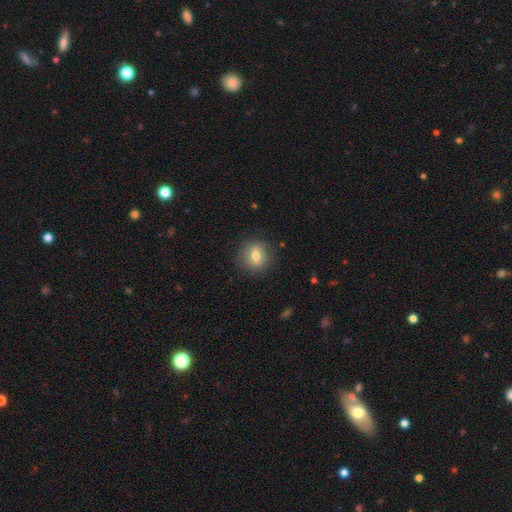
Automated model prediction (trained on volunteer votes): This is likely a smooth galaxy (63%). How rounded: clearly round (82%). Merging: clearly none (83%).